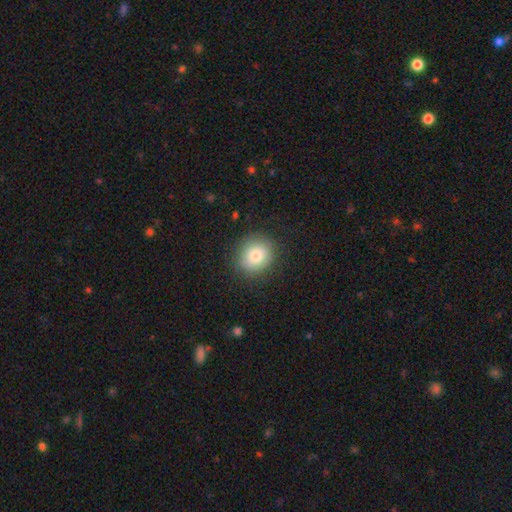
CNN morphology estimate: This appears to be a smooth galaxy with no disk features (80%) that is round (79%). Merging: none (87%).